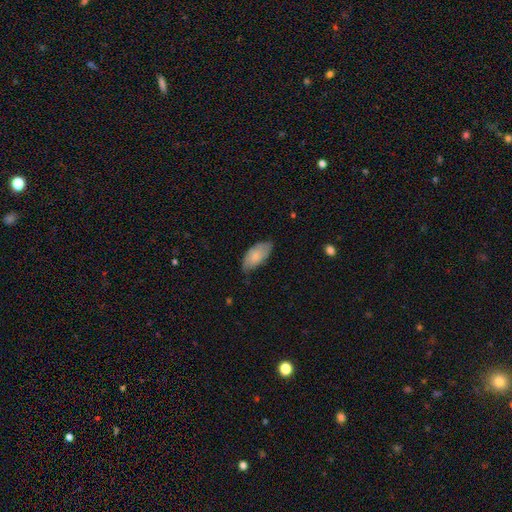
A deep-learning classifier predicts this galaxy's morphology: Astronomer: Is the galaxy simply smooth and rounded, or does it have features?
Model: smooth — 74%.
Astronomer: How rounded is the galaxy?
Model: in between — 93%.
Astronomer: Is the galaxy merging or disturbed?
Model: none — 63%.